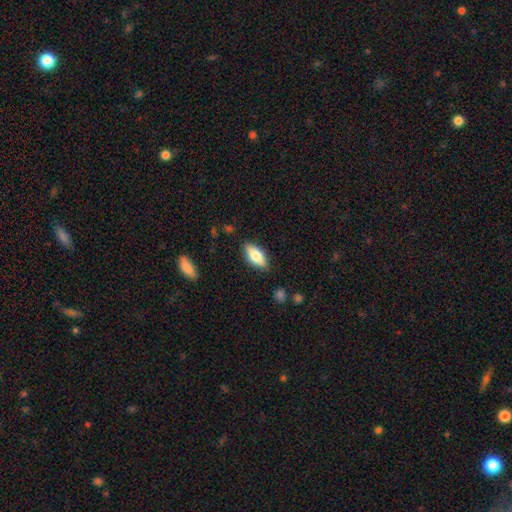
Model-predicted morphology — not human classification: Smooth or featured? smooth (67%)
How rounded? in between (78%)
Merging? none (84%)